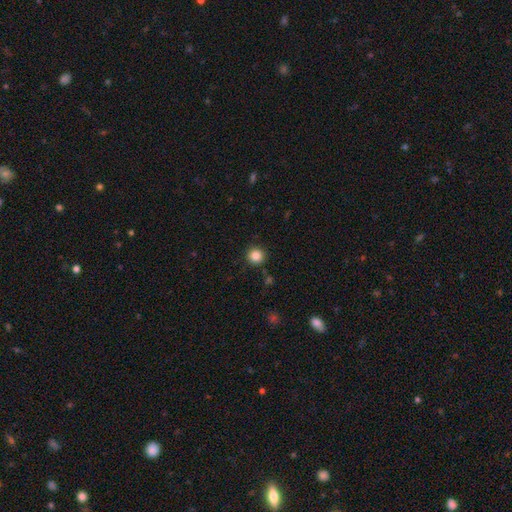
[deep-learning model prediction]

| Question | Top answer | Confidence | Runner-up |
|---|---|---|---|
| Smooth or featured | smooth | 85% | star or artifact (11%) |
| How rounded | round | 94% | in between (5%) |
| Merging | none | 90% | minor disturbance (6%) |